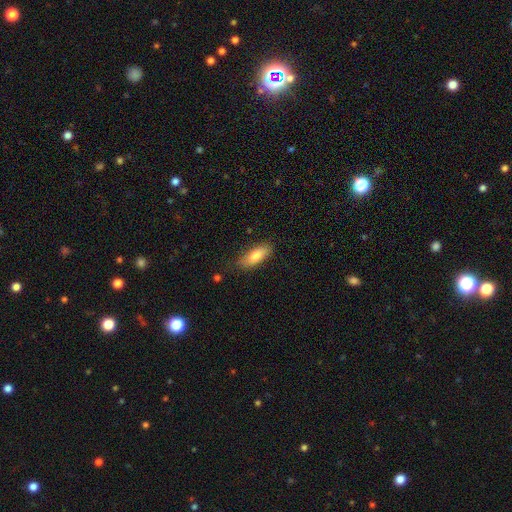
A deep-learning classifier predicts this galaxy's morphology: This is likely a smooth galaxy (78%). How rounded: likely in between (73%). Merging: clearly none (81%).